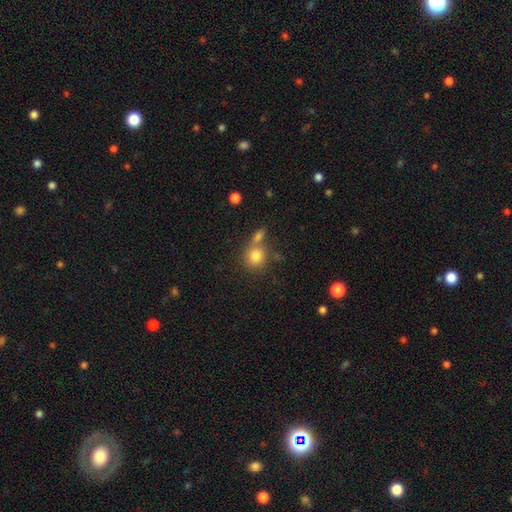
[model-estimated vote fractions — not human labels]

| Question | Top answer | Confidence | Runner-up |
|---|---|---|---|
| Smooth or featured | smooth | 80% | star or artifact (10%) |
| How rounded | round | 81% | in between (17%) |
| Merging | none | 52% | merger (33%) |